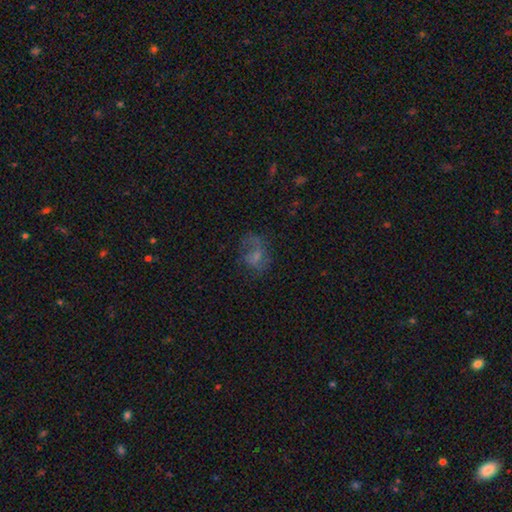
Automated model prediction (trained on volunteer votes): Smooth or featured: smooth — 42% (featured or disk — 41%)
Merging: none — 41% (major disturbance — 34%)